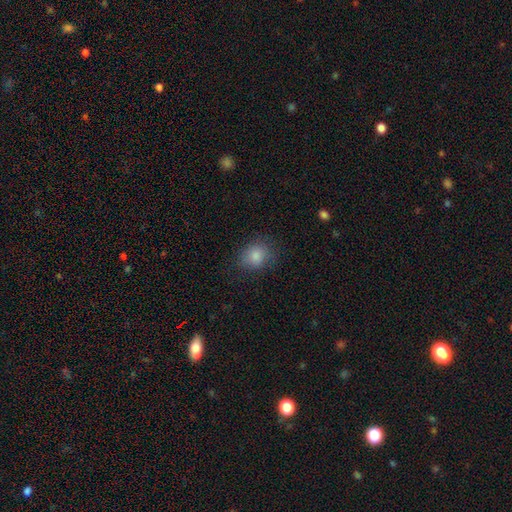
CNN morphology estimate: Smooth or featured? Predicted: smooth (p=0.84). How rounded? Predicted: round (p=0.64). Merging? Predicted: none (p=0.78).